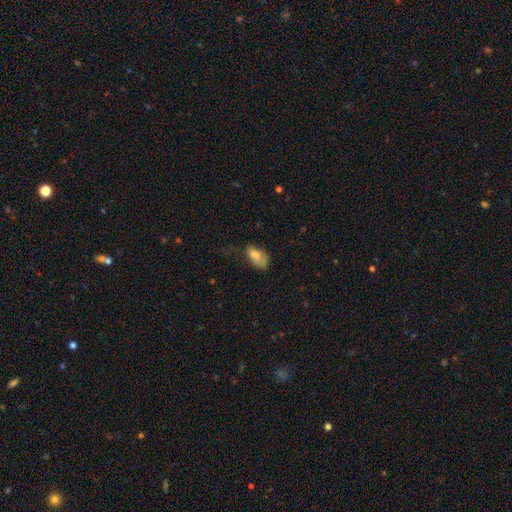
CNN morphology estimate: smooth-or-featured: smooth: 71% | featured or disk: 19% | star or artifact: 10%
  how-rounded: in between: 89% | round: 8% | cigar-shaped: 3%
  merging: minor disturbance: 31% (tied) | major disturbance: 31% (tied) | none: 30% | merger: 8%